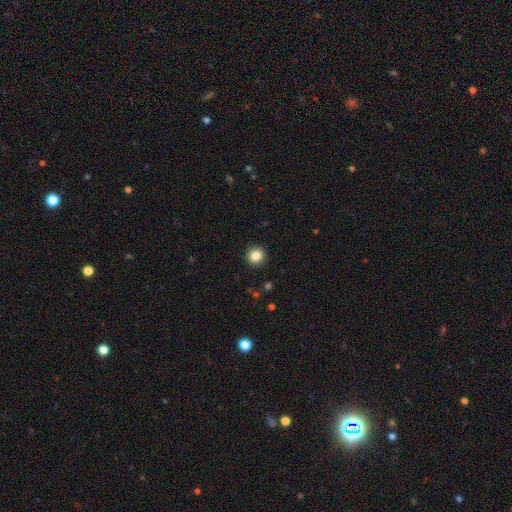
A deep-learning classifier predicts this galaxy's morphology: Smooth or featured: smooth — 85% (star or artifact — 10%)
How rounded: round — 95% (in between — 5%)
Merging: none — 93% (minor disturbance — 5%)